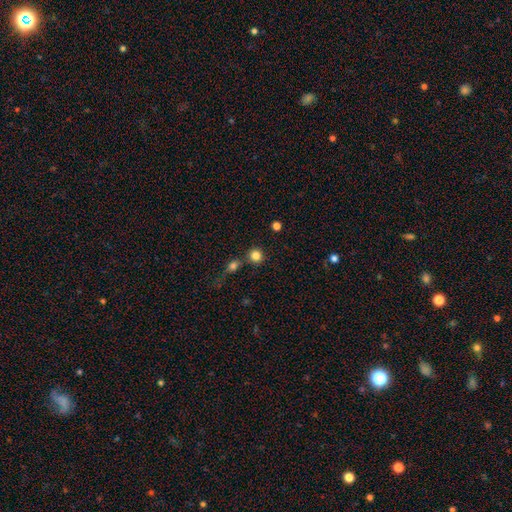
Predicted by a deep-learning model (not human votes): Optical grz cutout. It shows a smooth galaxy with no disk features (83%) that is round (93%). Merging: none (72%).